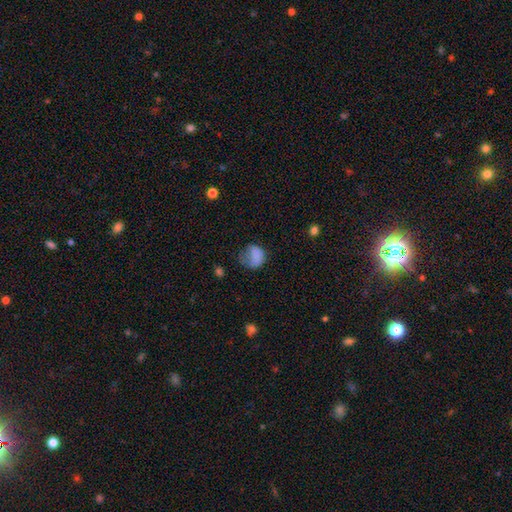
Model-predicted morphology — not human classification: Smooth or featured: smooth — 75% (featured or disk — 15%)
How rounded: round — 54% (in between — 45%)
Merging: major disturbance — 37% (none — 32%)